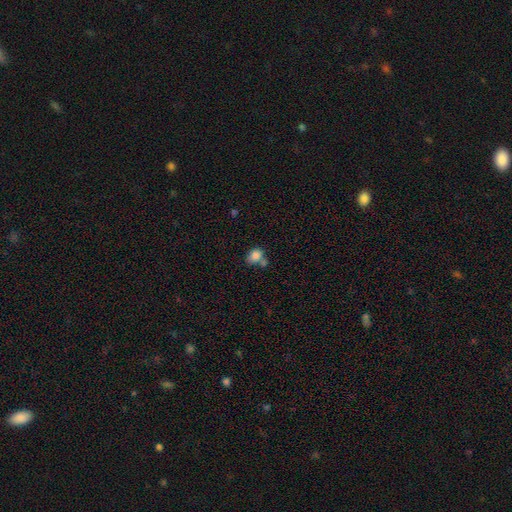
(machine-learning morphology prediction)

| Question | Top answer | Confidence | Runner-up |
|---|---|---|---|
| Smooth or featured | smooth | 83% | star or artifact (10%) |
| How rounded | in between | 61% | round (38%) |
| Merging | none | 44% | merger (34%) |